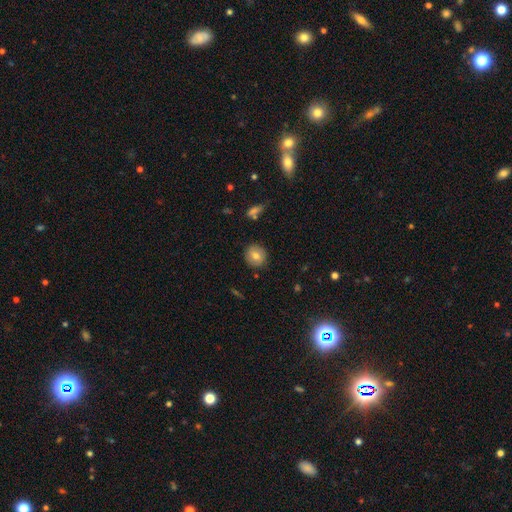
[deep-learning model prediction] Smooth or featured?
  - smooth: 75% *
  - featured or disk: 16%
  - star or artifact: 9%
How rounded?
  - round: 89% *
  - in between: 10%
  - cigar-shaped: 1%
Merging?
  - none: 87% *
  - minor disturbance: 9%
  - major disturbance: 2%
  - merger: 2%